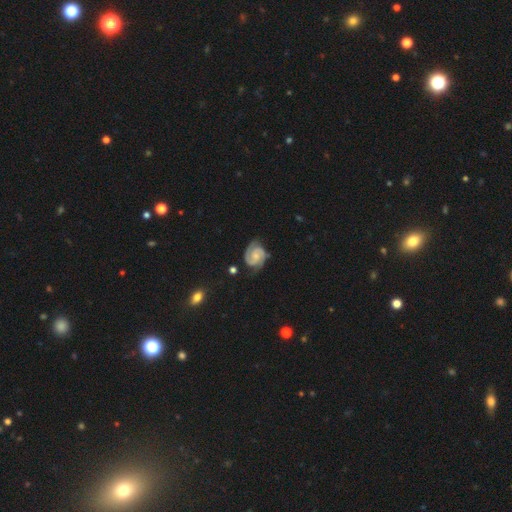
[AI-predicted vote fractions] Q: Smooth or featured?
A: featured or disk (88%); runner-up: smooth (7%)
Q: Edge-on disk?
A: no (98%); runner-up: yes (2%)
Q: Bar?
A: no (59%); runner-up: weak (33%)
Q: Spiral arms?
A: yes (98%); runner-up: no (2%)
Q: Spiral winding?
A: tight (58%); runner-up: medium (36%)
Q: Spiral arm count?
A: 2 (90%); runner-up: 3 (3%)
Q: Bulge size?
A: small (51%); runner-up: moderate (29%)
Q: Merging?
A: none (75%); runner-up: minor disturbance (18%)